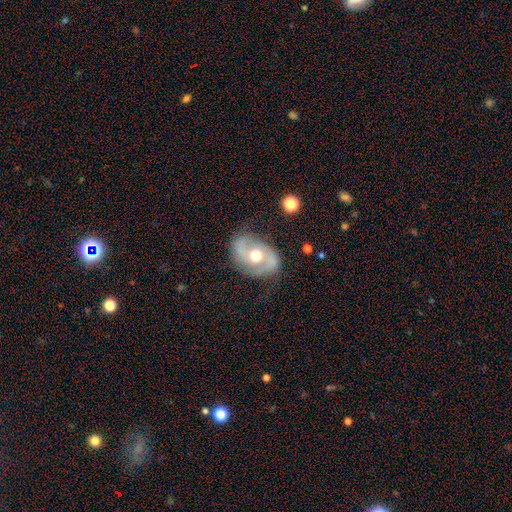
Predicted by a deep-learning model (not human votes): Smooth or featured: featured or disk — 79% (smooth — 15%)
Edge-on disk: no — 96% (yes — 4%)
Bar: no — 59% (weak — 30%)
Spiral arms: yes — 86% (no — 14%)
Spiral winding: medium — 45% (loose — 35%)
Spiral arm count: 2 — 89% (can't tell — 5%)
Bulge size: moderate — 78% (small — 11%)
Merging: none — 77% (minor disturbance — 16%)